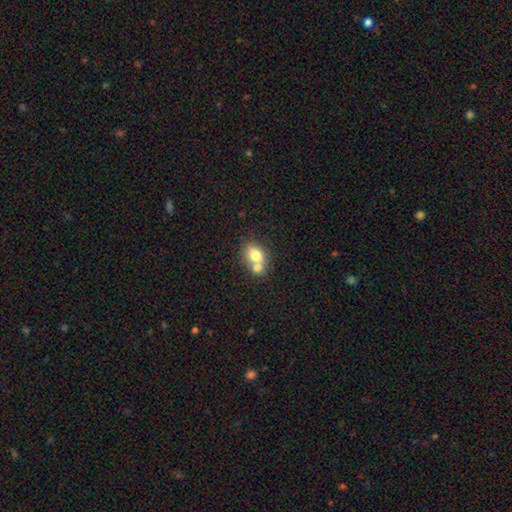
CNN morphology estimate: Overall: smooth (74%). How rounded: in between (57%; round 42%). Merging: merger (57%; none 32%).